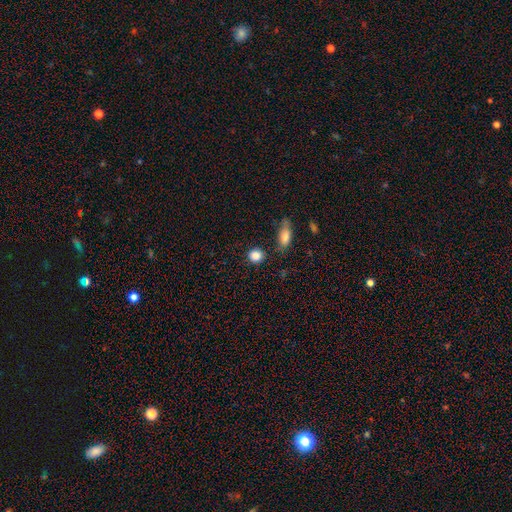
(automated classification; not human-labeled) Overall: smooth (87%). How rounded: round (80%). Merging: none (84%).